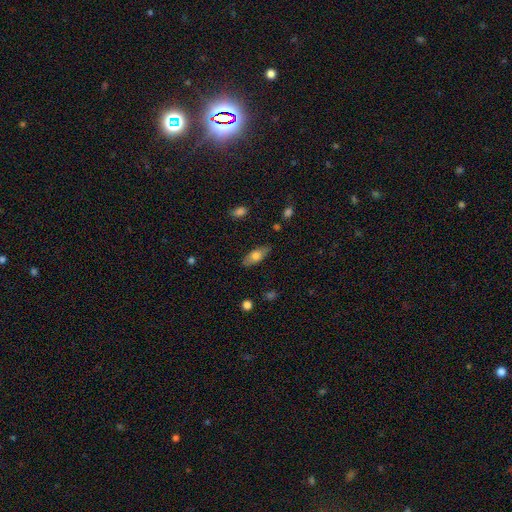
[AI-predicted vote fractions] The model was most divided on "smooth or featured": smooth: 70%, featured or disk: 24%, star or artifact: 7%. More confident: merging — none (83%); how rounded — in between (79%).